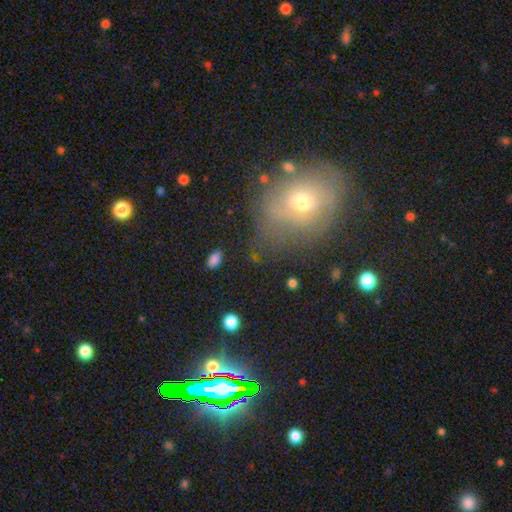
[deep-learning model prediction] The model was most divided on "how rounded": in between: 51%, round: 45%, cigar-shaped: 4%. More confident: merging — none (63%); smooth or featured — smooth (54%).